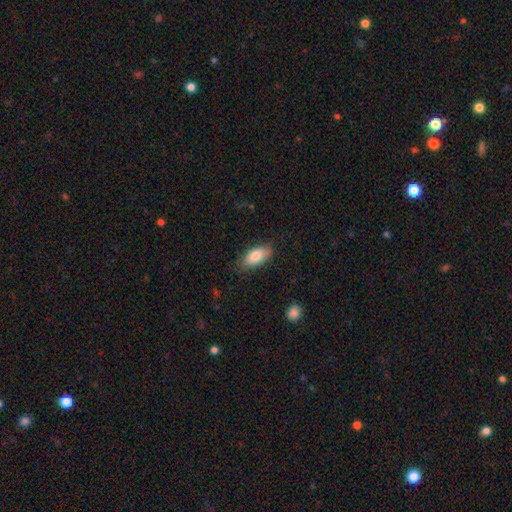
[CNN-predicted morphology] Smooth or featured? smooth (82%)
How rounded? in between (89%)
Merging? none (81%)